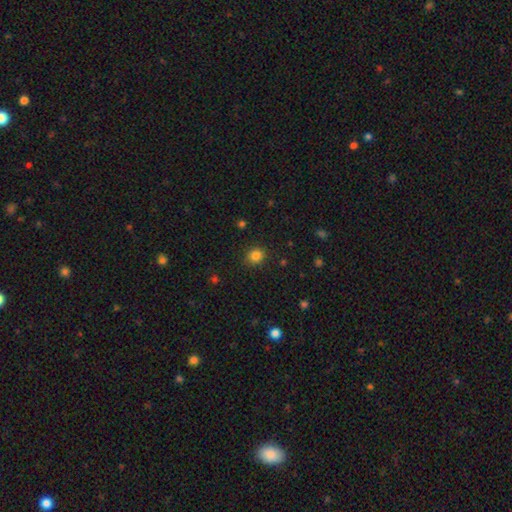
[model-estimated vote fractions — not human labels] Overall: smooth (83%). How rounded: round (82%). Merging: none (87%).